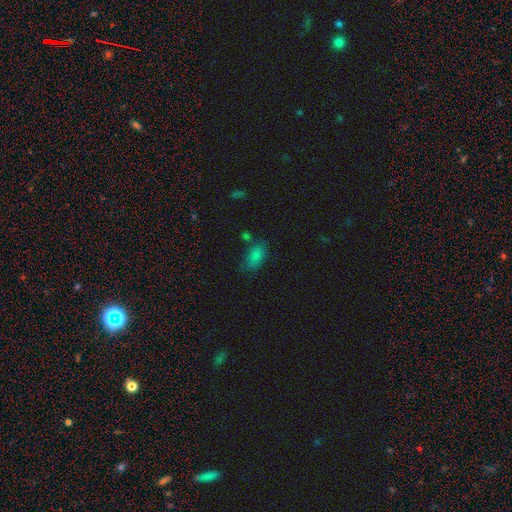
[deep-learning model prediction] Smooth or featured?
  - smooth: 82% *
  - star or artifact: 12%
  - featured or disk: 7%
How rounded?
  - in between: 91% *
  - round: 5%
  - cigar-shaped: 4%
Merging?
  - none: 65% *
  - minor disturbance: 21%
  - merger: 7%
  - major disturbance: 7%